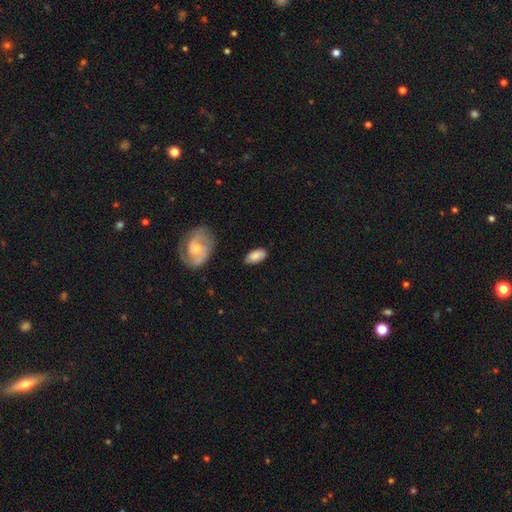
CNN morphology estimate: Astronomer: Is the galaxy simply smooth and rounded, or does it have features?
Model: smooth — 79%.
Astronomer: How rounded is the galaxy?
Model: in between — 93%.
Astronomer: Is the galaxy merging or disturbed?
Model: none — 77%.